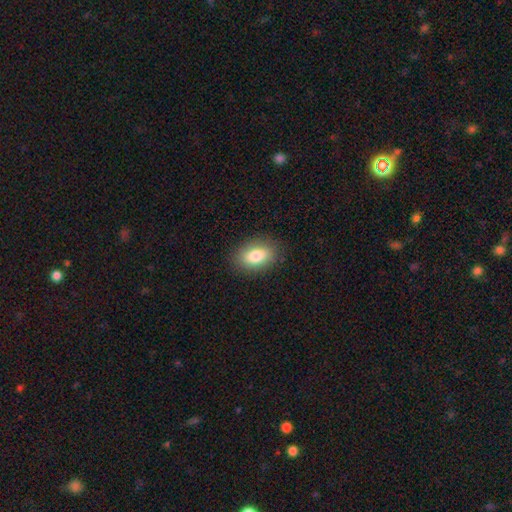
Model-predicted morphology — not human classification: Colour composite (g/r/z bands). It shows a smooth galaxy with no disk features (80%) that is in between round and cigar-shaped (87%). Merging: none (86%).